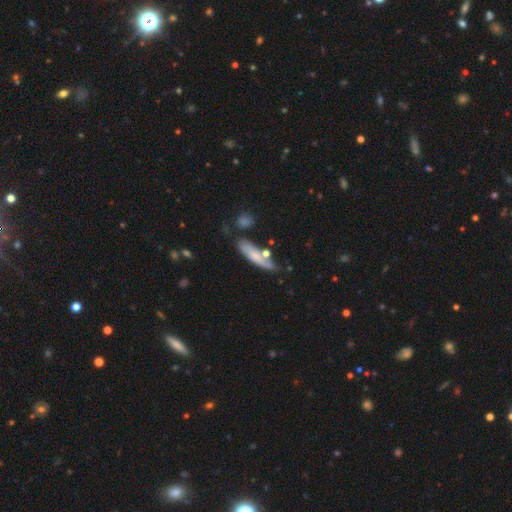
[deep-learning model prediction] A smooth galaxy with no disk features (66%) that is cigar-shaped (67%). Merging: none (58%).